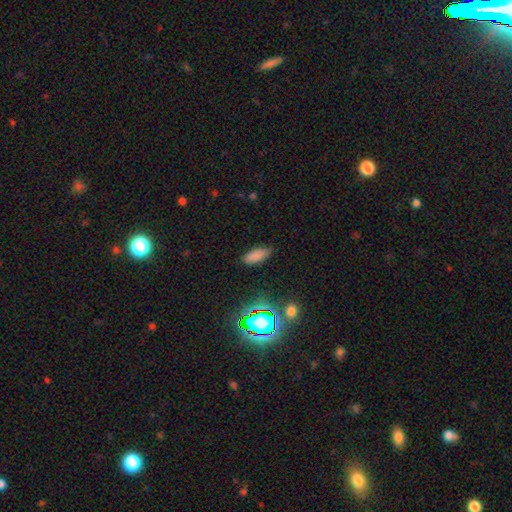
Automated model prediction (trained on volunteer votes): smooth_or_featured: smooth (p=0.79) [alt: star or artifact p=0.15]
how_rounded: in between (p=0.77) [alt: cigar-shaped p=0.21]
merging: none (p=0.82) [alt: minor disturbance p=0.13]